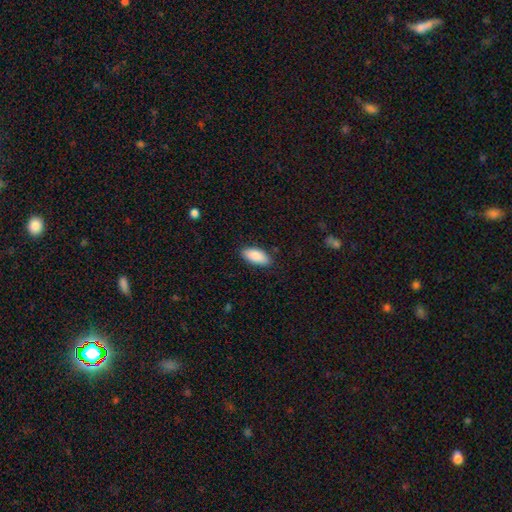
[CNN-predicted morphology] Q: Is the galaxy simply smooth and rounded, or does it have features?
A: smooth — 86%.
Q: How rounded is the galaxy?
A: in between — 89%.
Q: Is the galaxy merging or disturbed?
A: none — 87%.